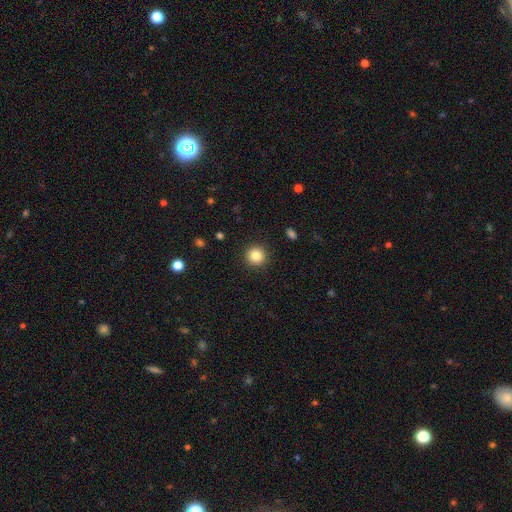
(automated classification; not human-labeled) Overall: smooth (85%). How rounded: round (94%). Merging: none (91%).